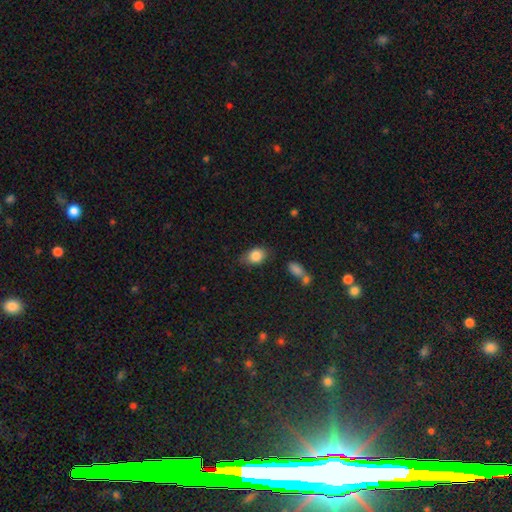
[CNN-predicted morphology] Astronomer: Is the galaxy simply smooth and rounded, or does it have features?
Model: smooth — 85%.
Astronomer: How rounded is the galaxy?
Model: in between — 75%.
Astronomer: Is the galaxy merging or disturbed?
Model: none — 70%.